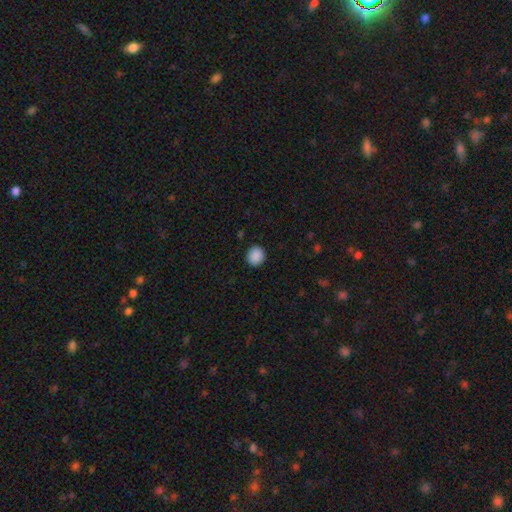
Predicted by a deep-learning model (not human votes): This appears to be a smooth galaxy with no disk features (89%) that is round (86%). Merging: none (91%).